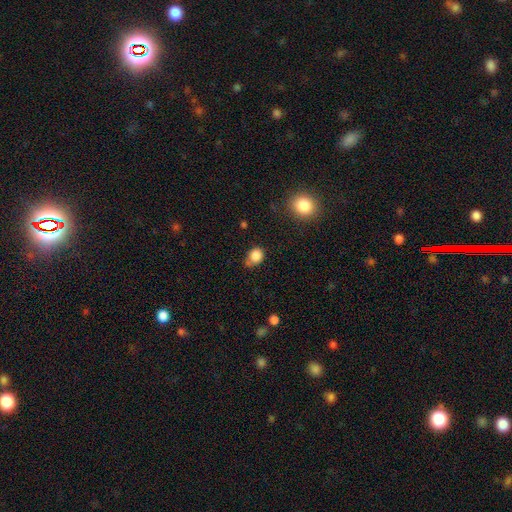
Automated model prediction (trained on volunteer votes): smooth 84%, star or artifact 11%, featured or disk 5%. Down the decision tree: how rounded — round (64%); merging — none (56%).